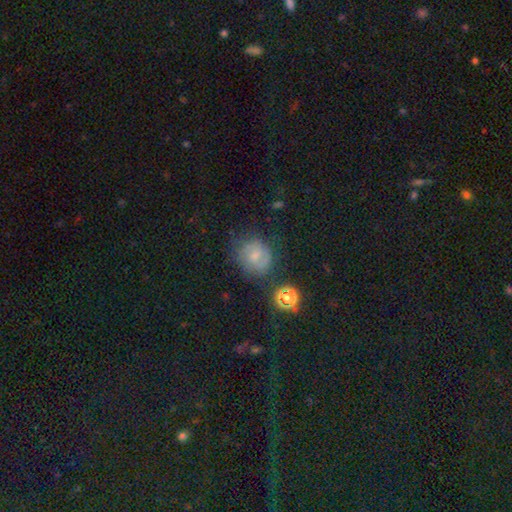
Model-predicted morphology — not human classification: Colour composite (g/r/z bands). It shows a smooth galaxy with no disk features (54%) that is round (77%). Merging: none (65%).